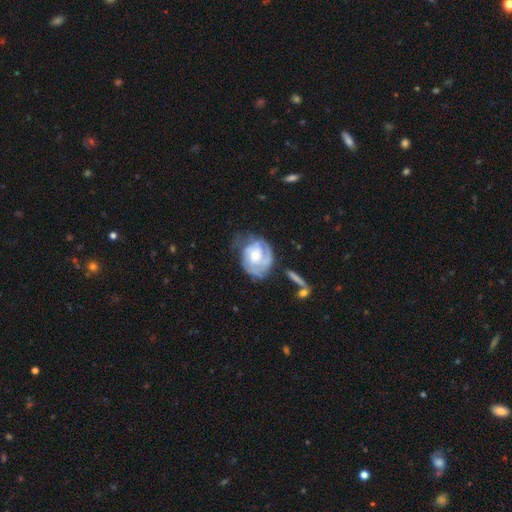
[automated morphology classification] smooth-or-featured: featured or disk: 73% | smooth: 21% | star or artifact: 6%
  disk-edge-on: no: 98% | yes: 2%
    bar: no: 68% | weak: 27% | strong: 5%
    has-spiral-arms: yes: 86% | no: 14%
      spiral-winding: tight: 58% | medium: 31% | loose: 10%
      spiral-arm-count: can't tell: 37% | 2: 34% | 3: 14% | 1: 9% | 4: 4% | more than 4: 3%
    bulge-size: moderate: 51% | small: 28% | large: 14% | none: 5% | dominant: 2%
  merging: none: 48% | minor disturbance: 29% | major disturbance: 19% | merger: 4%